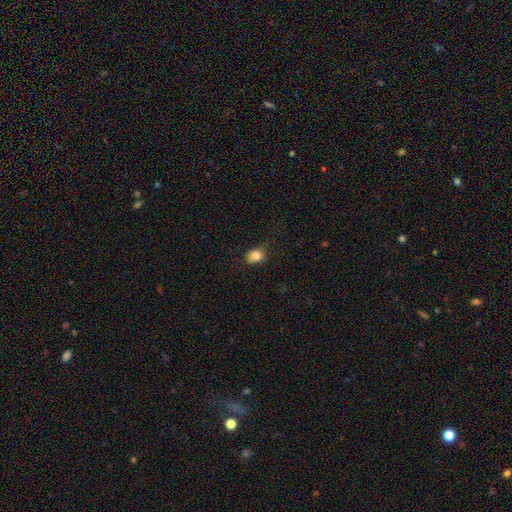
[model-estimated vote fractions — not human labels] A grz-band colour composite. It shows a smooth galaxy with no disk features (83%) that is round (52%). Merging: none (66%).